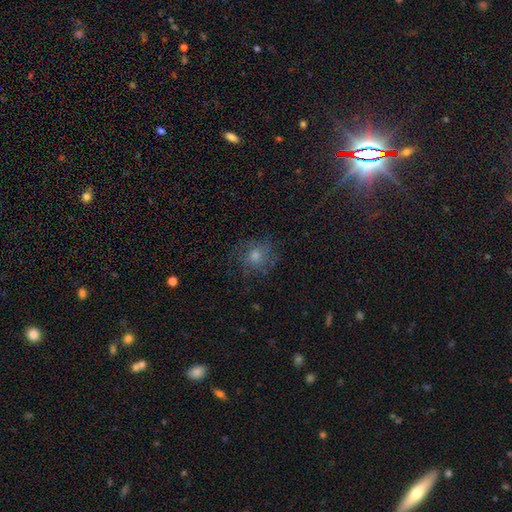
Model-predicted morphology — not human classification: Q: Smooth or featured?
A: smooth (39%); runner-up: star or artifact (31%)
Q: Merging?
A: none (75%); runner-up: minor disturbance (14%)